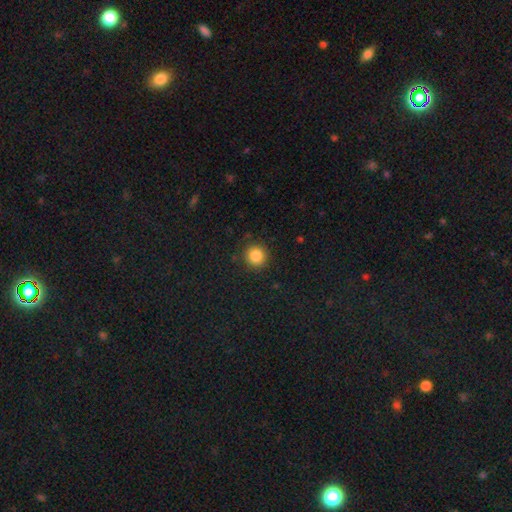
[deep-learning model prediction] Overall: smooth (85%). How rounded: round (94%). Merging: none (90%).